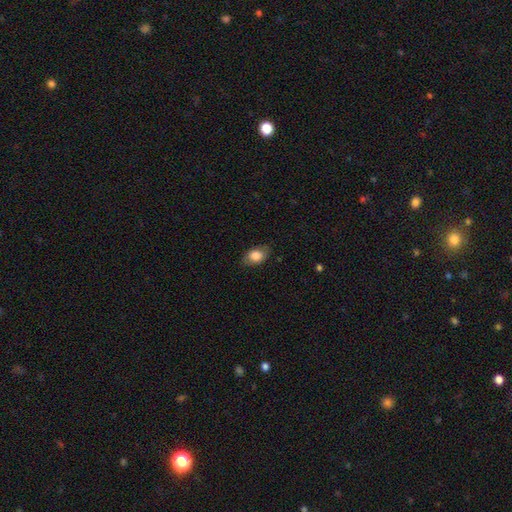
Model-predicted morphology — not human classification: A smooth galaxy with no disk features (81%) that is in between round and cigar-shaped (82%). Merging: none (78%).